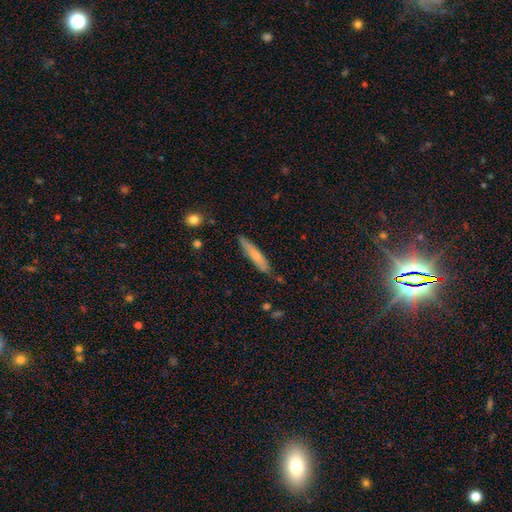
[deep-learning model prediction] Smooth or featured?
  - smooth: 64% *
  - featured or disk: 30%
  - star or artifact: 6%
How rounded?
  - cigar-shaped: 90% *
  - in between: 9%
  - round: 1%
Merging?
  - none: 80% *
  - minor disturbance: 15%
  - major disturbance: 2%
  - merger: 2%